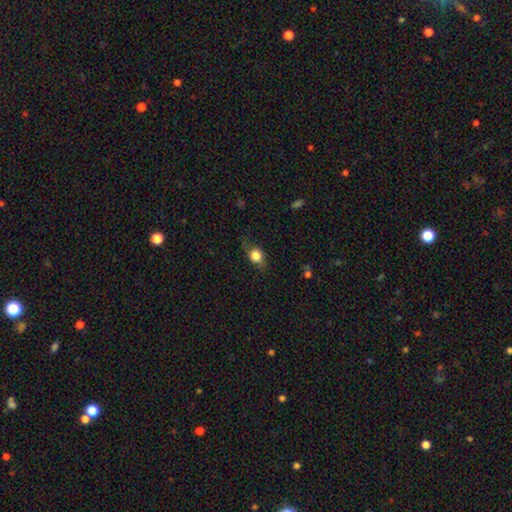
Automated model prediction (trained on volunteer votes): Overall: smooth (76%). How rounded: round (55%; in between 42%). Merging: none (66%).